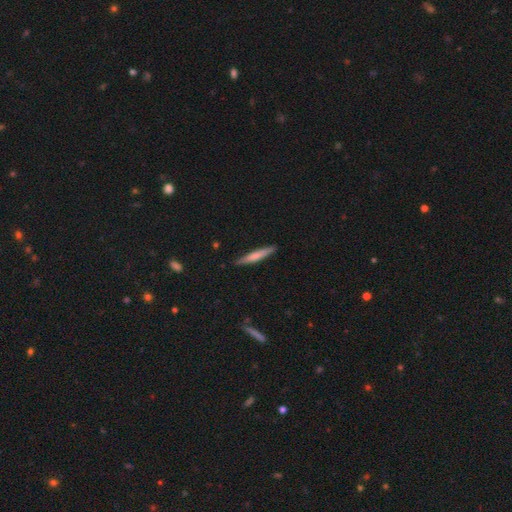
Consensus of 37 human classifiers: Smooth or featured: smooth — 76% (featured or disk — 19%)
How rounded: cigar-shaped — 96% (in between — 4%)
Merging: none — 91% (minor disturbance — 9%)